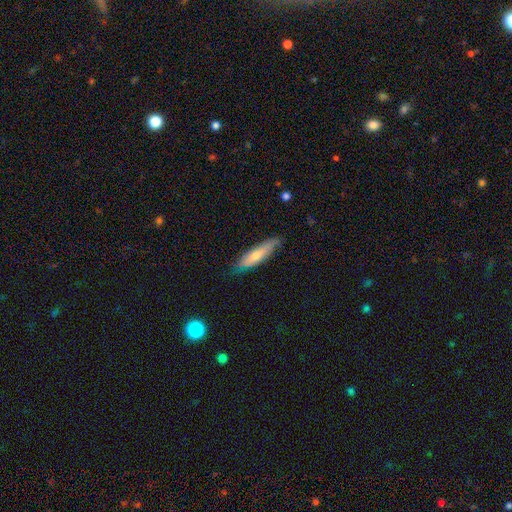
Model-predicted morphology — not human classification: Q: Smooth or featured?
A: smooth (50%); runner-up: featured or disk (43%)
Q: How rounded?
A: cigar-shaped (81%); runner-up: in between (17%)
Q: Merging?
A: none (84%); runner-up: minor disturbance (13%)